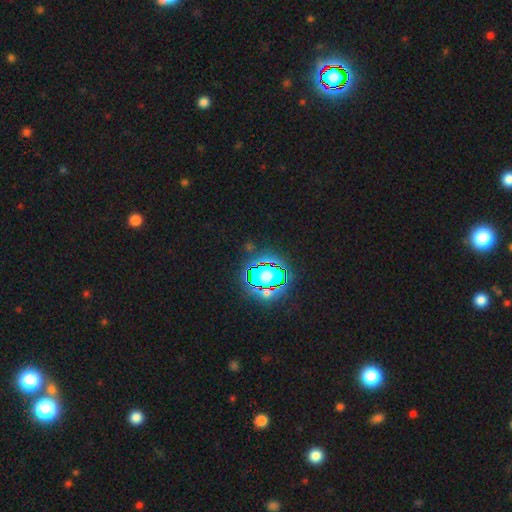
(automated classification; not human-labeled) Smooth or featured: star or artifact — 82% (smooth — 11%)